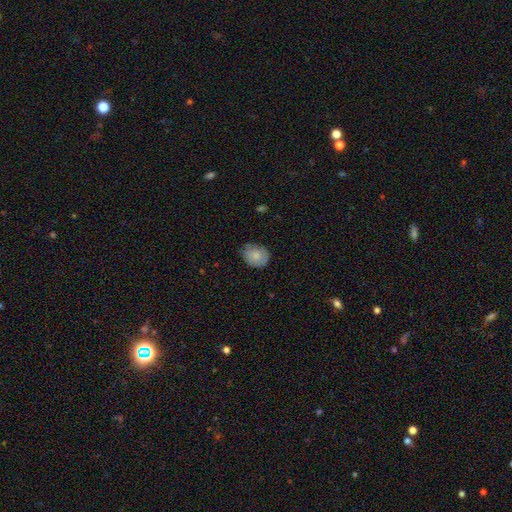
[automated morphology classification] smooth 80%, featured or disk 13%, star or artifact 7%. Down the decision tree: how rounded — in between (51%); merging — none (66%).